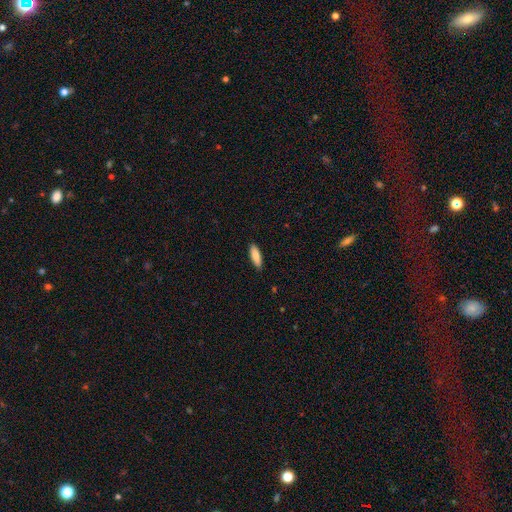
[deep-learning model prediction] smooth_or_featured: smooth (p=0.86) [alt: featured or disk p=0.09]
how_rounded: in between (p=0.53) [alt: cigar-shaped p=0.46]
merging: none (p=0.88) [alt: minor disturbance p=0.10]